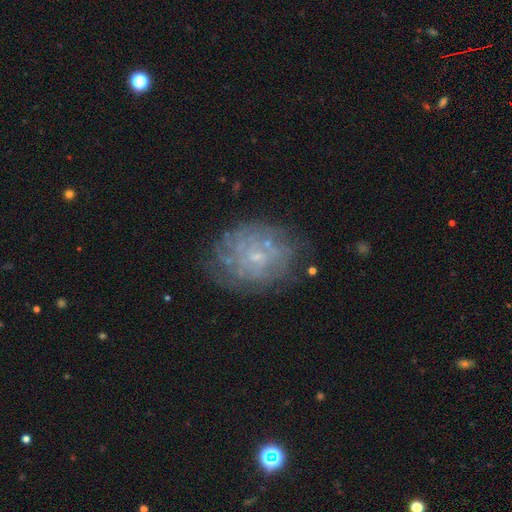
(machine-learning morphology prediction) This appears to be a featured or disk galaxy (66%) with no bar (79%), spiral arms (68%) and a small central bulge (76%). Merging: none (71%).